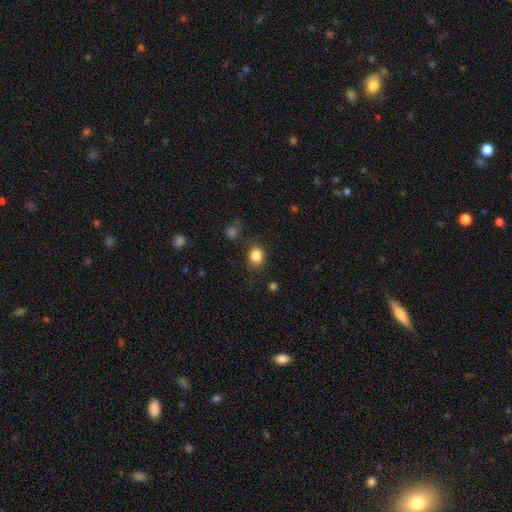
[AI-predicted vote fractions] A smooth galaxy with no disk features (84%) that is round (56%). Merging: none (80%).